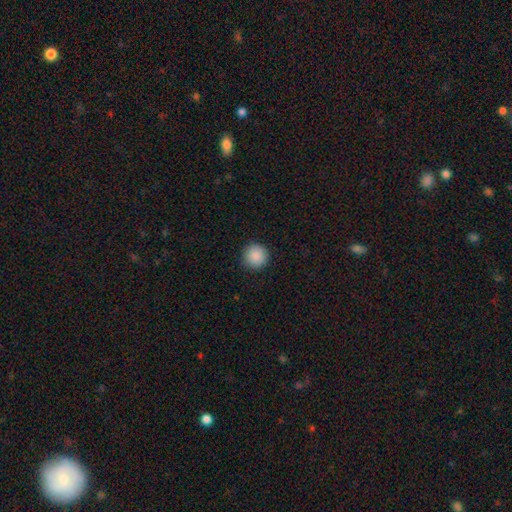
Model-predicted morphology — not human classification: Smooth or featured? smooth (89%)
How rounded? round (95%)
Merging? none (91%)